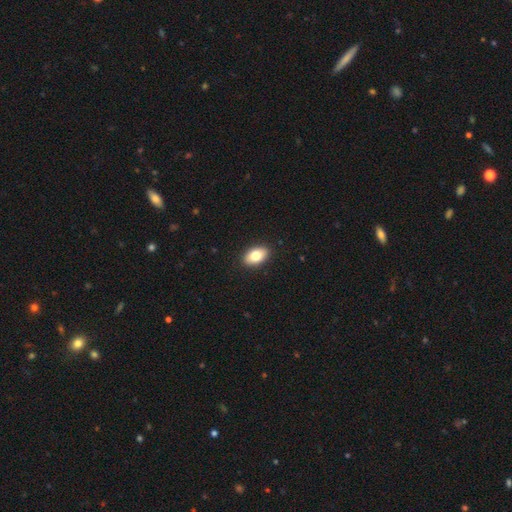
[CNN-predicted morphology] A smooth galaxy with no disk features (81%) that is in between round and cigar-shaped (91%).

Vote fractions:
- Smooth or featured? smooth: 81% / featured or disk: 12% / star or artifact: 7%
- How rounded? in between: 91% / round: 7% / cigar-shaped: 2%
- Merging? none: 91% / minor disturbance: 6% / major disturbance: 2% / merger: 1%